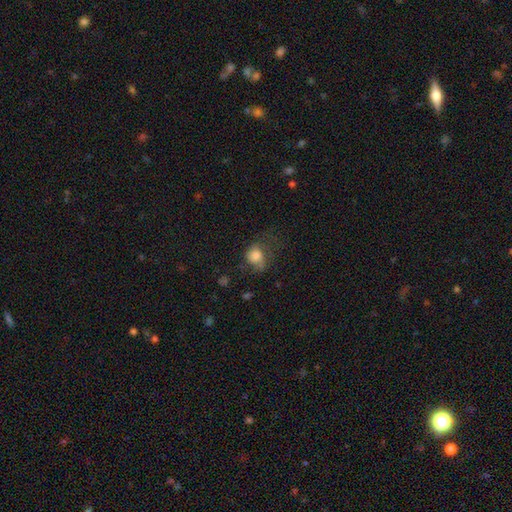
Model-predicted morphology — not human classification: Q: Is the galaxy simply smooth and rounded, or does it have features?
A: smooth — 75%.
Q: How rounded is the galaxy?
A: round — 62%.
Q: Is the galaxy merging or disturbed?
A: none — 37%.